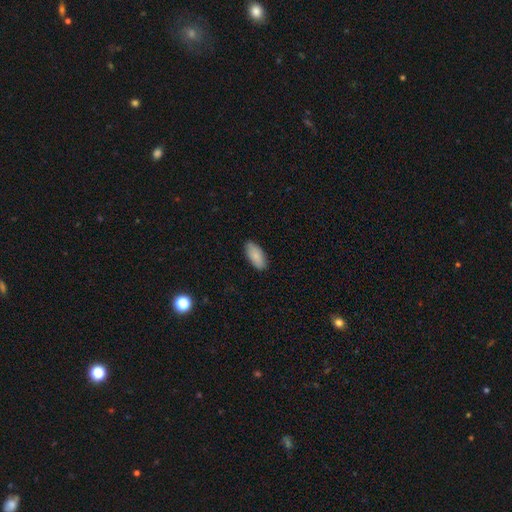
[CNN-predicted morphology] type=smooth (86%); roundness=in between (88%); merging=none (87%).